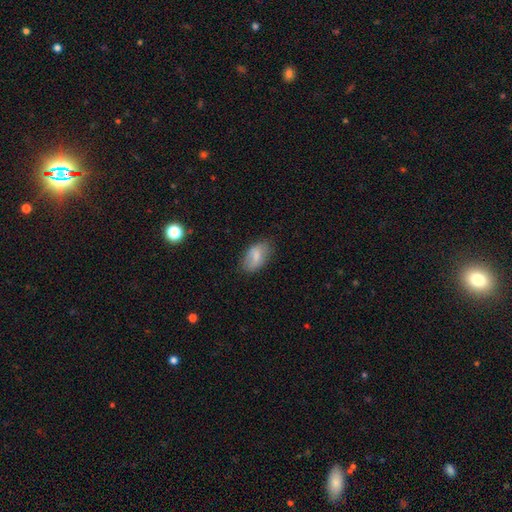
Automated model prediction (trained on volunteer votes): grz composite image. It shows a smooth galaxy with no disk features (72%) that is in between round and cigar-shaped (93%). Merging: none (74%).